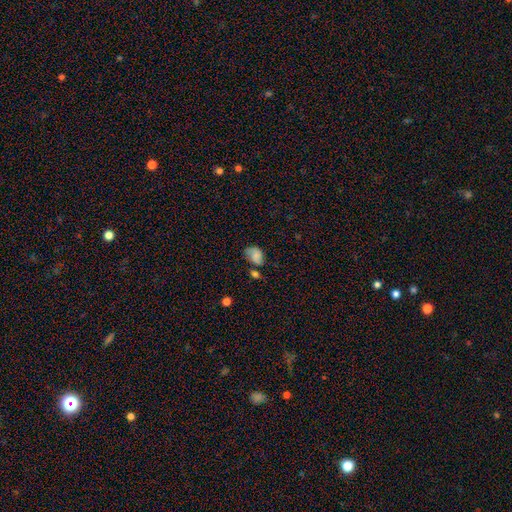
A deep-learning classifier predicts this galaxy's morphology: smooth 62%, featured or disk 27%, star or artifact 11%. Down the decision tree: how rounded — in between (79%); merging — none (44%).